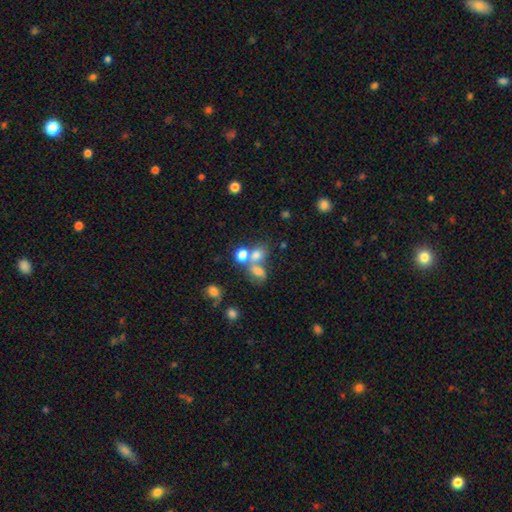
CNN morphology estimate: Overall: smooth (70%). How rounded: round (54%; in between 44%). Merging: merger (48%; none 36%).